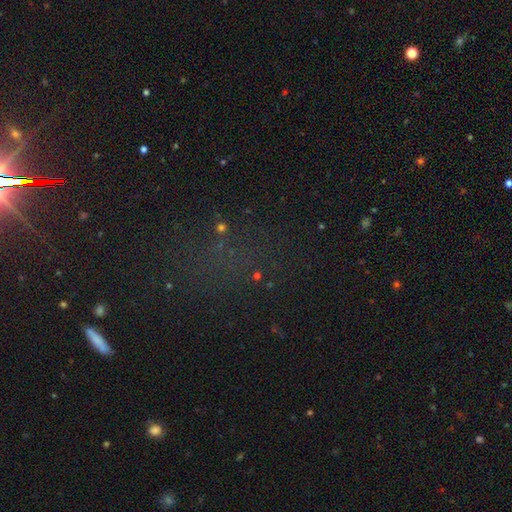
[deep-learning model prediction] Q: Smooth or featured?
A: star or artifact (73%); runner-up: smooth (16%)